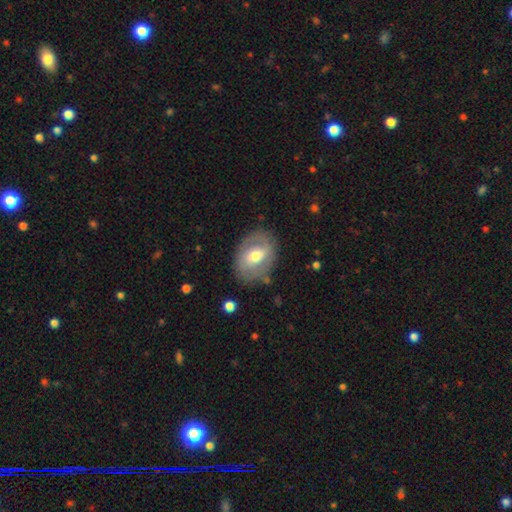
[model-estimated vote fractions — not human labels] This appears to be a featured or disk galaxy (54%) with a weak bar (45%), spiral arms (64%) and a moderate central bulge (70%). Merging: none (77%).